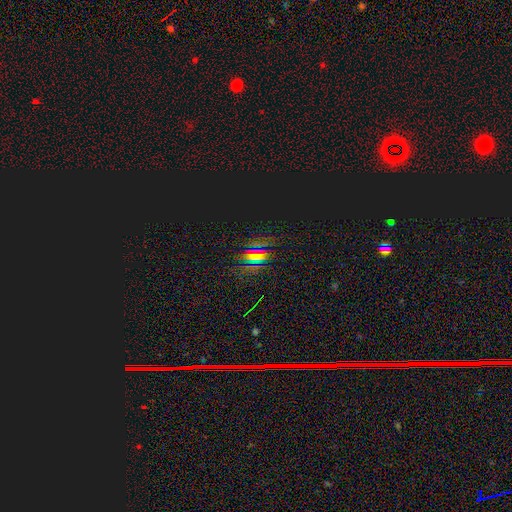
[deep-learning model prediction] Smooth or featured? Predicted: star or artifact (p=0.68).